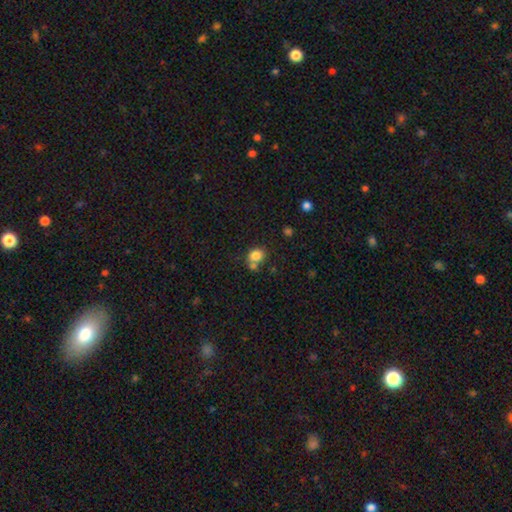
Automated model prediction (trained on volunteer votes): A smooth galaxy with no disk features (81%) that is round (65%). Merging: none (49%).